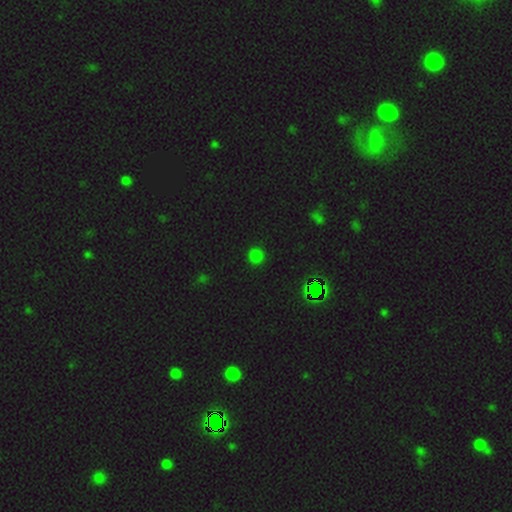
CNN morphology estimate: This is likely a smooth galaxy (72%). How rounded: clearly round (94%). Merging: clearly none (91%).